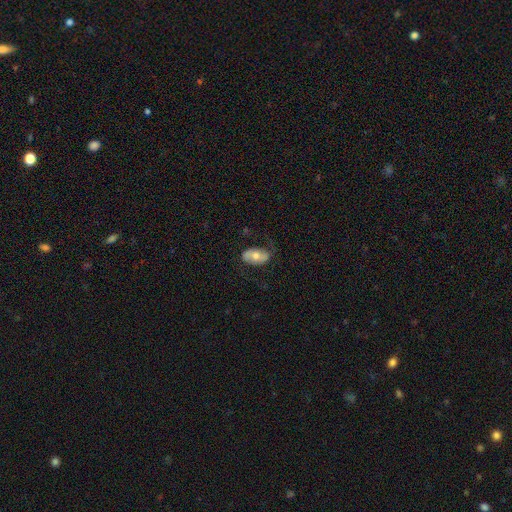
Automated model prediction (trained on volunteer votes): Overall: smooth (51%; featured or disk 43%). How rounded: in between (92%). Merging: none (71%).